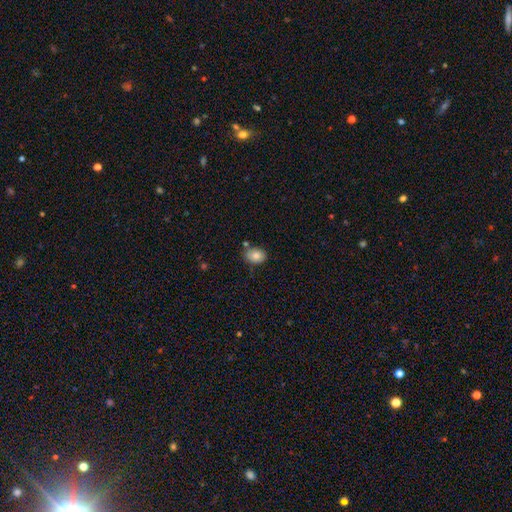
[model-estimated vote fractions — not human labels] Smooth or featured? Predicted: smooth (p=0.83). How rounded? Predicted: in between (p=0.67). Merging? Predicted: none (p=0.70).